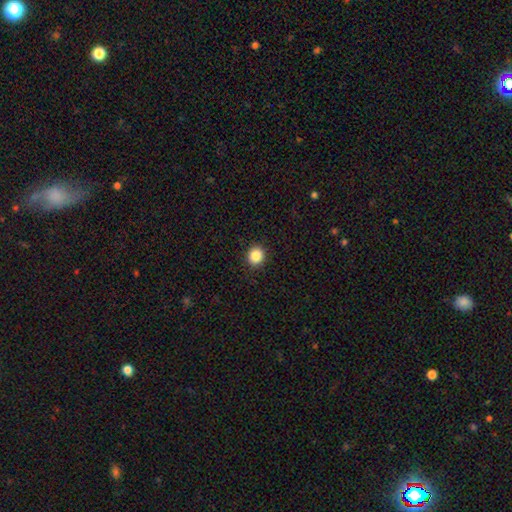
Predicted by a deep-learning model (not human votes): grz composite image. It shows a smooth galaxy with no disk features (87%) that is round (86%). Merging: none (92%).